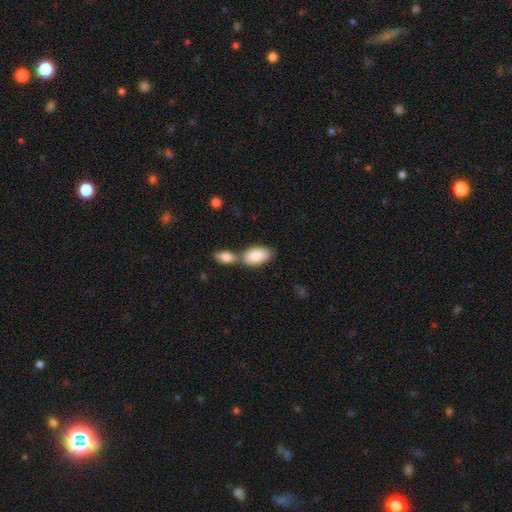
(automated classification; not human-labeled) This appears to be a smooth galaxy with no disk features (84%) that is in between round and cigar-shaped (93%). Merging: merger (44%).